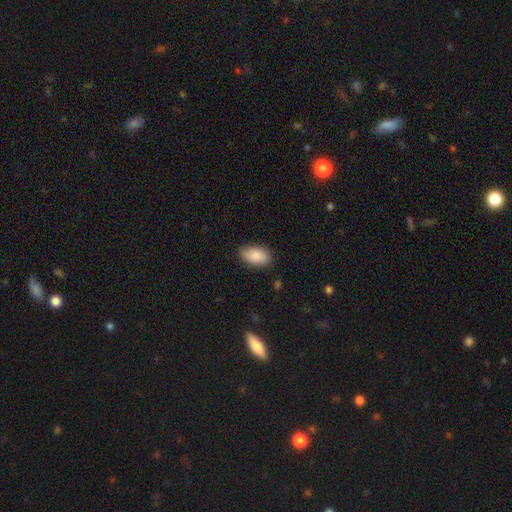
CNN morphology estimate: A smooth galaxy with no disk features (88%) that is in between round and cigar-shaped (93%). Merging: none (82%).